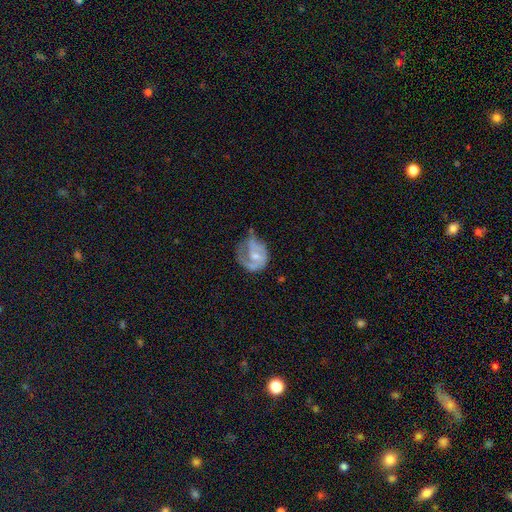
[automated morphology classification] A featured or disk galaxy (59%) with no bar (60%), spiral arms (67%) and a moderate central bulge (46%).

Vote fractions:
- Smooth or featured? featured or disk: 59% / smooth: 35% / star or artifact: 7%
- Edge-on disk? no: 97% / yes: 3%
- Bar? no: 60% / weak: 33% / strong: 7%
- Spiral arms? yes: 67% / no: 33%
- Bulge size? moderate: 46% / small: 41% / none: 8% / large: 4% / dominant: 1%
- Merging? major disturbance: 36% / minor disturbance: 30% / none: 29% / merger: 5%